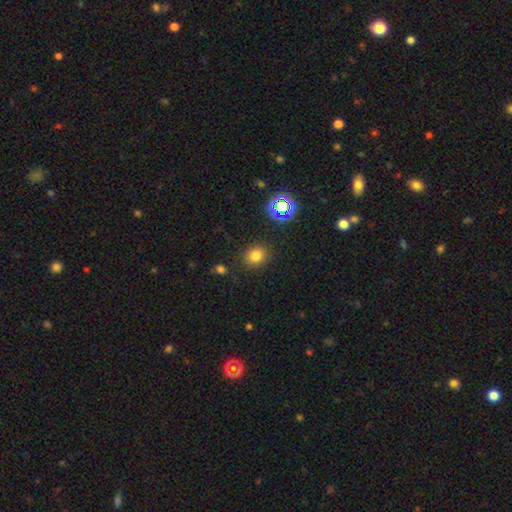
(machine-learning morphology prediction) Smooth or featured? Predicted: smooth (p=0.75). How rounded? Predicted: round (p=0.64). Merging? Predicted: none (p=0.85).